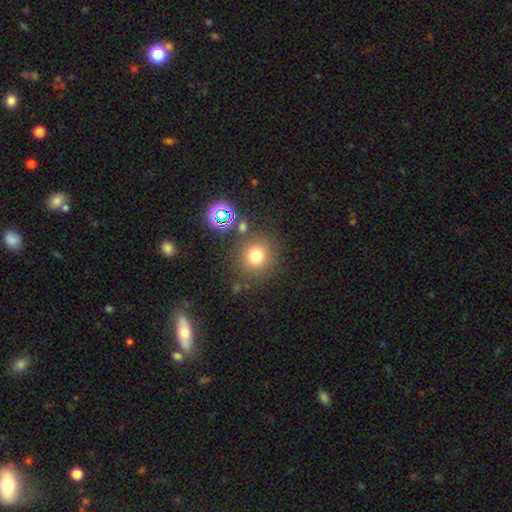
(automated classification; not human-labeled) A smooth galaxy with no disk features (74%) that is round (91%).

Vote fractions:
- Smooth or featured? smooth: 74% / star or artifact: 18% / featured or disk: 8%
- How rounded? round: 91% / in between: 8% / cigar-shaped: 1%
- Merging? none: 78% / minor disturbance: 9% / merger: 8% / major disturbance: 4%